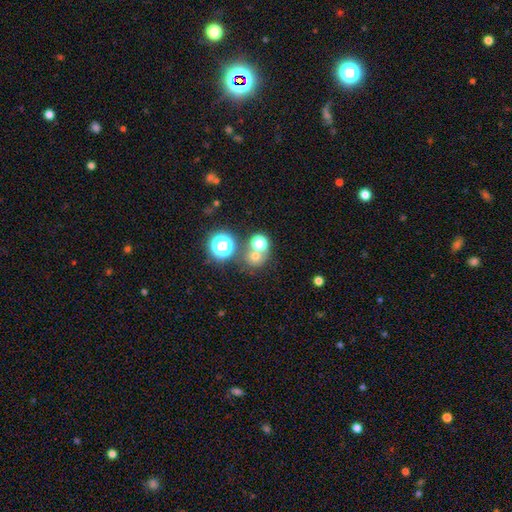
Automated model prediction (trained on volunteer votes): Smooth or featured? Predicted: smooth (p=0.63). How rounded? Predicted: round (p=0.83). Merging? Predicted: none (p=0.56).